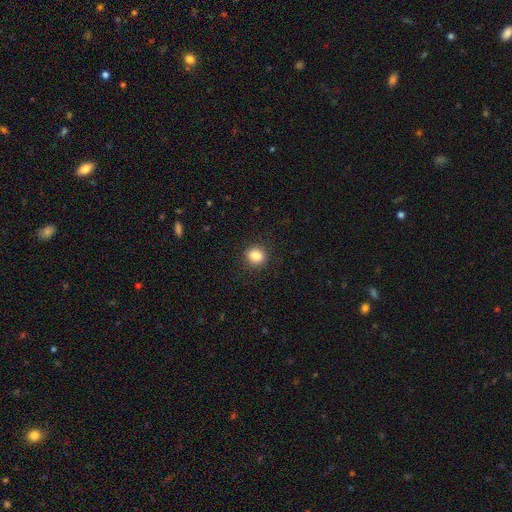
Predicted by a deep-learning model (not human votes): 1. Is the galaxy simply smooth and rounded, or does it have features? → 85% smooth, 10% star or artifact, 5% featured or disk.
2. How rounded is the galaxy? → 74% round, 25% in between, 1% cigar-shaped.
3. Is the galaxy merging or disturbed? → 89% none, 7% minor disturbance, 2% major disturbance, 1% merger.